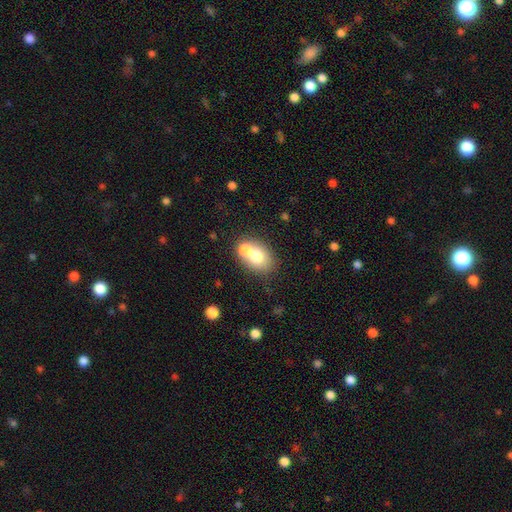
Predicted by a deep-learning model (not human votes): Smooth or featured? Predicted: smooth (p=0.70). How rounded? Predicted: in between (p=0.57). Merging? Predicted: merger (p=0.48).